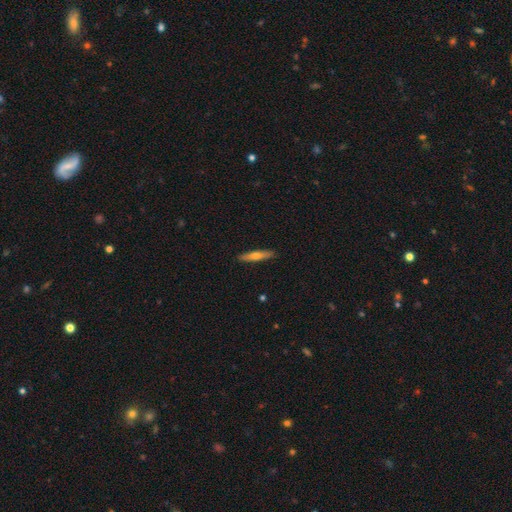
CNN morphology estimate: A smooth galaxy with no disk features (60%) that is cigar-shaped (87%).

Vote fractions:
- Smooth or featured? smooth: 60% / featured or disk: 34% / star or artifact: 6%
- How rounded? cigar-shaped: 87% / in between: 12% / round: 2%
- Merging? none: 90% / minor disturbance: 7% / major disturbance: 1% / merger: 1%